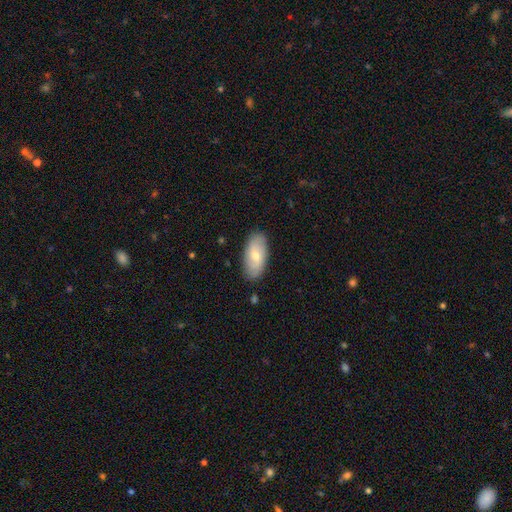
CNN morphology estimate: Smooth or featured: smooth — 62% (featured or disk — 32%)
How rounded: in between — 91% (cigar-shaped — 5%)
Merging: none — 86% (minor disturbance — 11%)